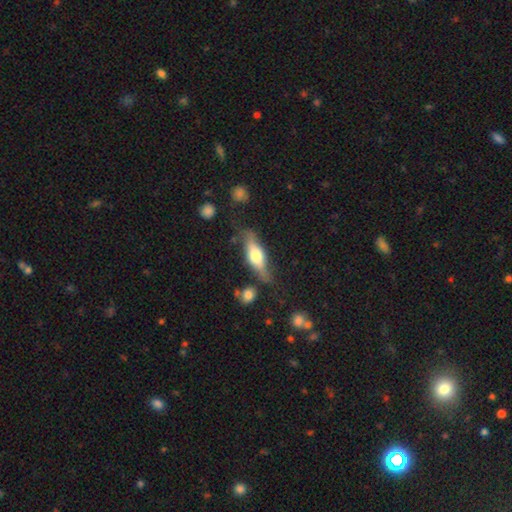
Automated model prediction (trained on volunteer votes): A featured or disk galaxy (50%) viewed edge-on (86%).

Vote fractions:
- Smooth or featured? featured or disk: 50% / smooth: 43% / star or artifact: 6%
- Edge-on disk? yes: 86% / no: 14%
- Merging? none: 68% / minor disturbance: 20% / major disturbance: 7% / merger: 5%